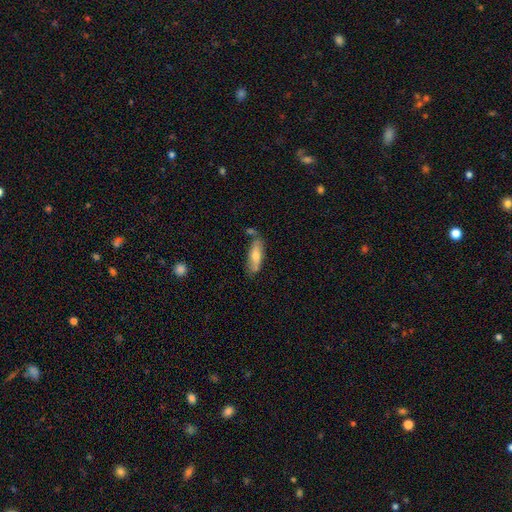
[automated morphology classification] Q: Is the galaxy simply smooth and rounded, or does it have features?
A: smooth — 64%.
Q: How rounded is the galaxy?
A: in between — 58%.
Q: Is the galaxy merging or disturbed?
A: none — 63%.